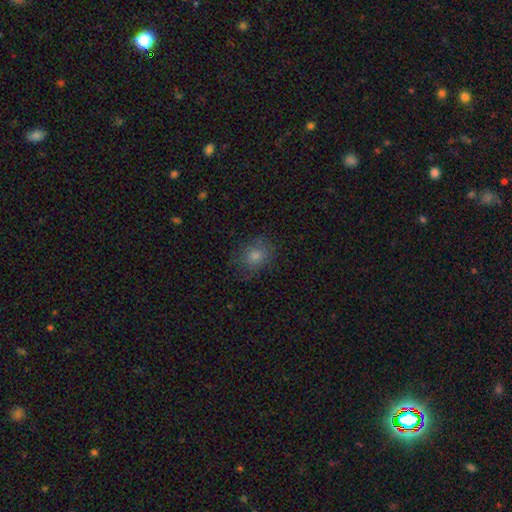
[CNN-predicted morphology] Smooth or featured?
  - smooth: 75% *
  - star or artifact: 16%
  - featured or disk: 10%
How rounded?
  - round: 57% *
  - in between: 41%
  - cigar-shaped: 1%
Merging?
  - none: 80% *
  - minor disturbance: 14%
  - major disturbance: 4%
  - merger: 1%